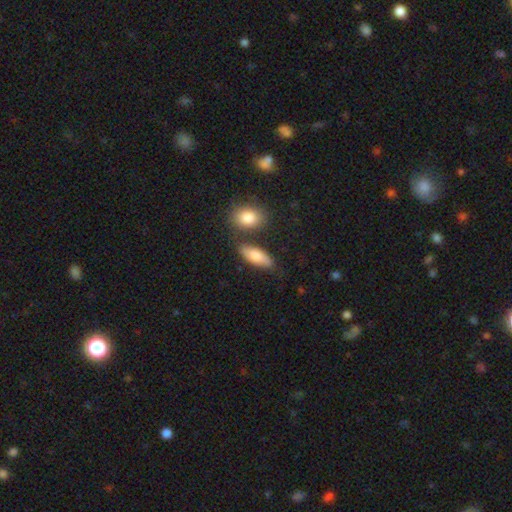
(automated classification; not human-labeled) The model was most divided on "merging": none: 67%, minor disturbance: 16%, merger: 13%, major disturbance: 5%. More confident: how rounded — in between (77%); smooth or featured — smooth (77%).